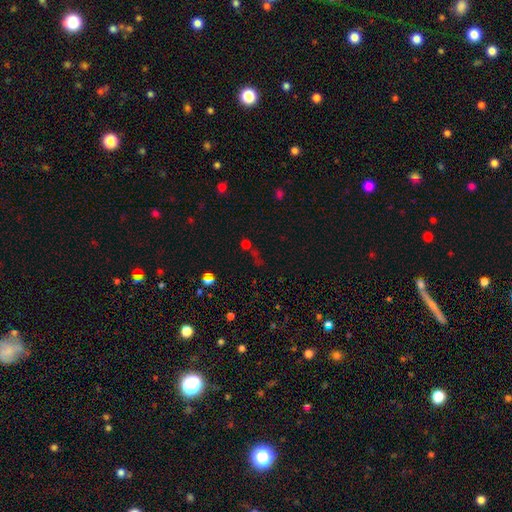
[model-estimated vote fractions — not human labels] Smooth or featured?
  - star or artifact: 56% *
  - smooth: 34%
  - featured or disk: 10%